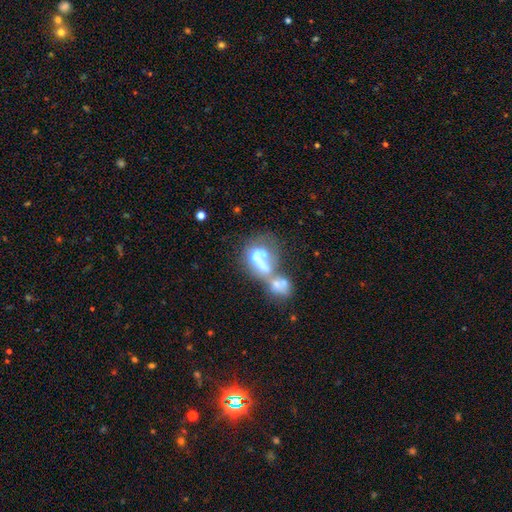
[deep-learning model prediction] This appears to be a featured or disk galaxy (44%). Merging: merger (66%).